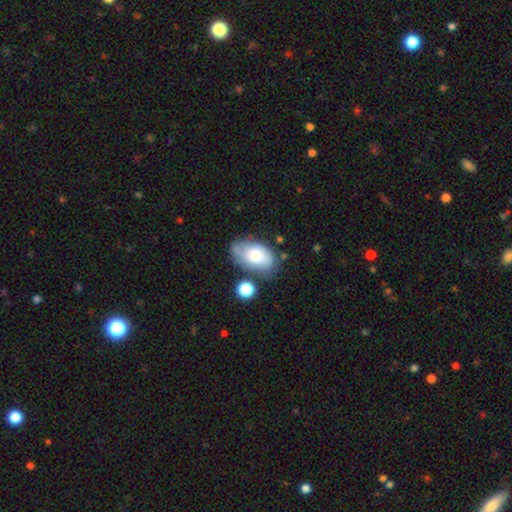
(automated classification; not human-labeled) Morphology: type=smooth (70%); roundness=in between (92%); merging=none (55%).